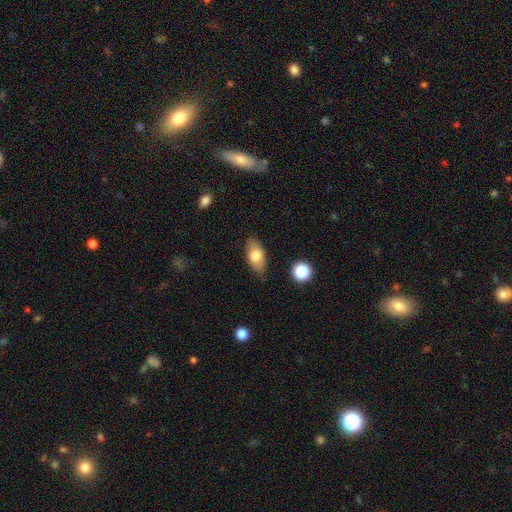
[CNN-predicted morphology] Smooth or featured: smooth — 74% (featured or disk — 18%)
How rounded: in between — 89% (cigar-shaped — 6%)
Merging: none — 82% (minor disturbance — 13%)